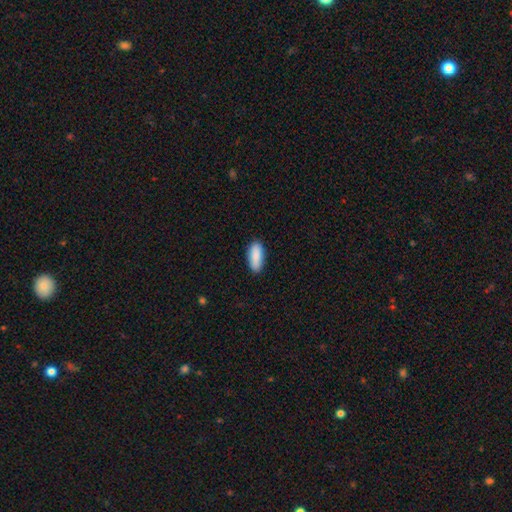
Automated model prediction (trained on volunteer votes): Smooth or featured? smooth (90%)
How rounded? in between (81%)
Merging? none (88%)